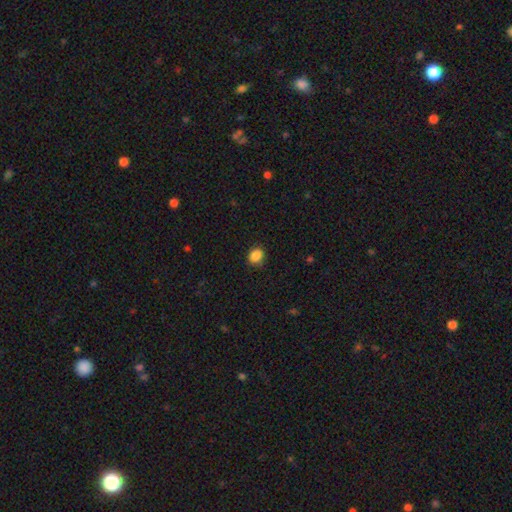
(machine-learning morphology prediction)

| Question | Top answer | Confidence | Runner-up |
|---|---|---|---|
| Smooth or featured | smooth | 87% | star or artifact (10%) |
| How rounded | round | 63% | in between (36%) |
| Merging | none | 84% | minor disturbance (13%) |